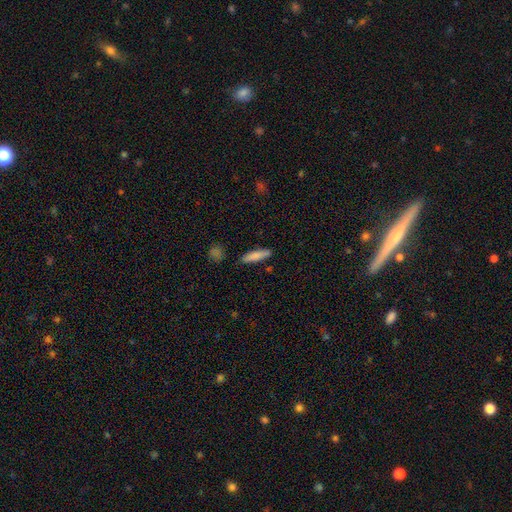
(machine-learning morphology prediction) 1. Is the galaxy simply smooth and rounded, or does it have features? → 83% smooth, 11% featured or disk, 6% star or artifact.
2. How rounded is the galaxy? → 75% cigar-shaped, 24% in between, 2% round.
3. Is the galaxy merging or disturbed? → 86% none, 10% minor disturbance, 2% merger, 2% major disturbance.